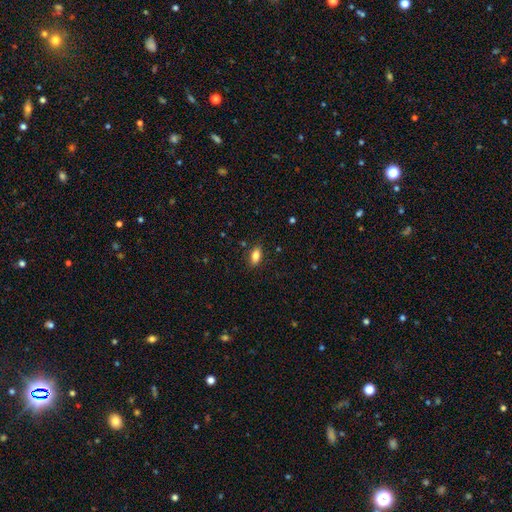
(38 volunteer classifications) Overall: smooth (79%). How rounded: in between (87%). Merging: none (92%).